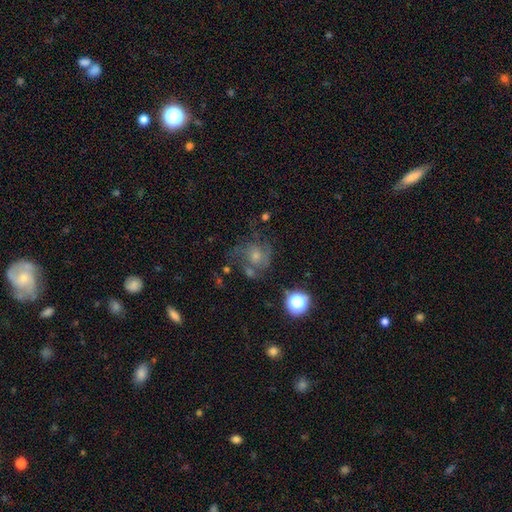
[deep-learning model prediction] Smooth or featured? Predicted: featured or disk (p=0.56). Edge-on disk? Predicted: no (p=0.97). Bar? Predicted: no (p=0.76). Spiral arms? Predicted: yes (p=0.82). Bulge size? Predicted: moderate (p=0.50). Merging? Predicted: none (p=0.58).